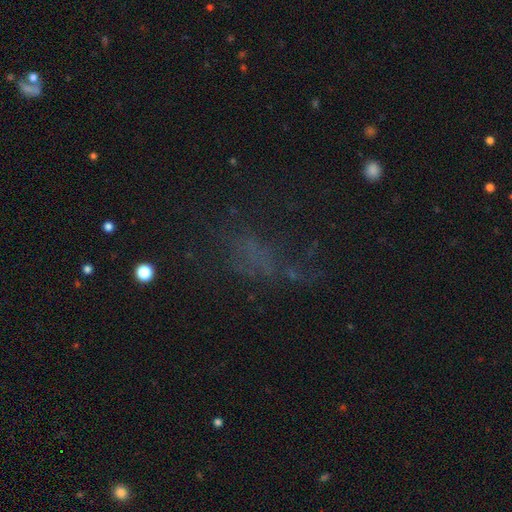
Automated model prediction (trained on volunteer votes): A star or artifact, not a galaxy (40%).